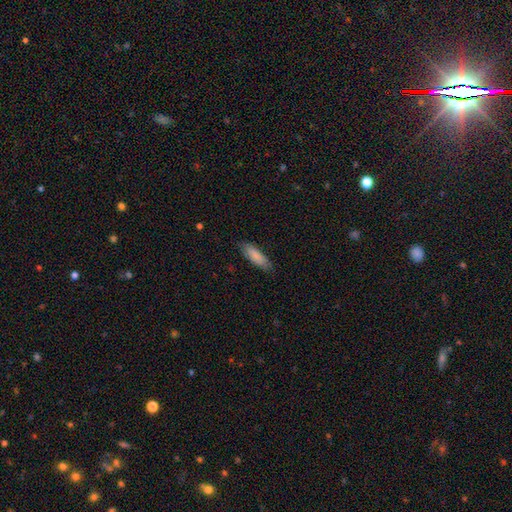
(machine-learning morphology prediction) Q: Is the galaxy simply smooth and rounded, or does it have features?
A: smooth — 84%.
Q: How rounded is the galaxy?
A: in between — 56%.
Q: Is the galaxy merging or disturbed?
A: none — 80%.